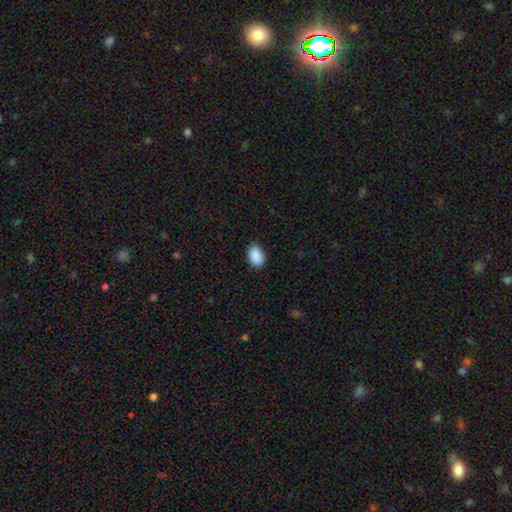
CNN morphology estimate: type=smooth (90%); roundness=in between (88%); merging=none (82%).